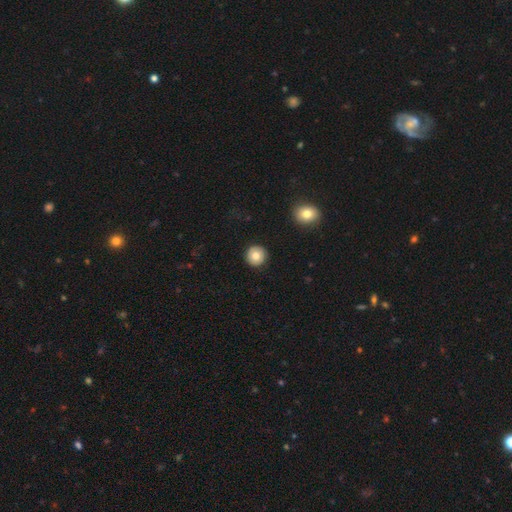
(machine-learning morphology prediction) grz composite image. It shows a smooth galaxy with no disk features (79%) that is round (95%). Merging: none (92%).